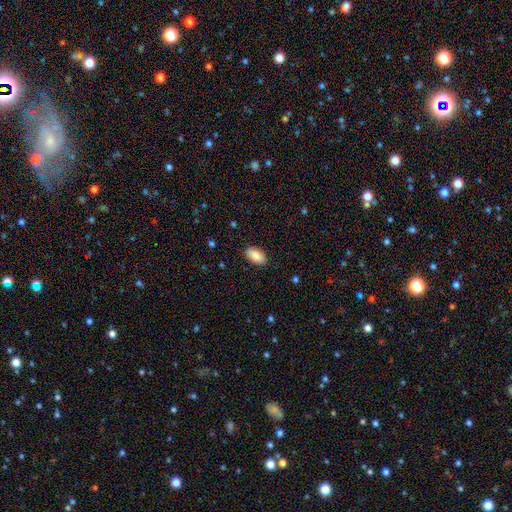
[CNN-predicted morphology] smooth_or_featured: smooth (p=0.89) [alt: star or artifact p=0.07]
how_rounded: in between (p=0.95) [alt: round p=0.03]
merging: none (p=0.89) [alt: minor disturbance p=0.08]